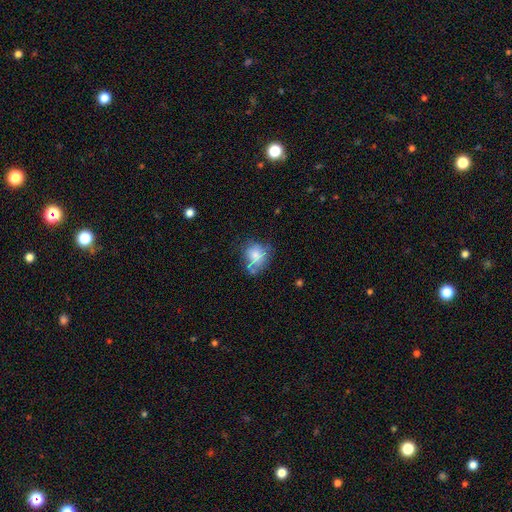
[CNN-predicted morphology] A smooth galaxy with no disk features (74%) that is round (66%).

Vote fractions:
- Smooth or featured? smooth: 74% / featured or disk: 16% / star or artifact: 10%
- How rounded? round: 66% / in between: 33% / cigar-shaped: 1%
- Merging? none: 49% / minor disturbance: 27% / merger: 13% / major disturbance: 11%